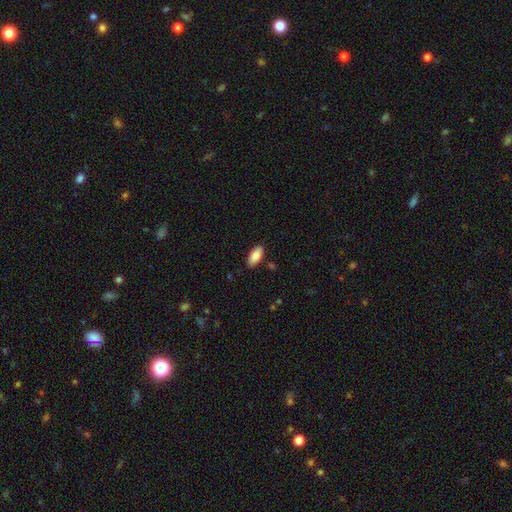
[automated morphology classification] A smooth galaxy with no disk features (87%) that is in between round and cigar-shaped (90%).

Vote fractions:
- Smooth or featured? smooth: 87% / featured or disk: 7% / star or artifact: 6%
- How rounded? in between: 90% / cigar-shaped: 8% / round: 2%
- Merging? none: 87% / minor disturbance: 10% / major disturbance: 2% / merger: 2%